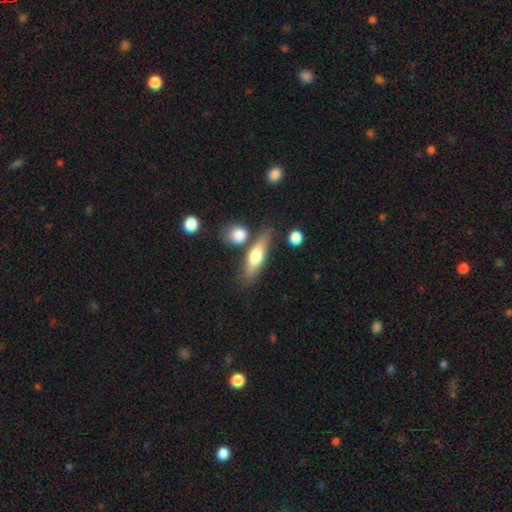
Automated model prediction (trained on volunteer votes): A smooth galaxy with no disk features (59%) that is cigar-shaped (53%). Merging: none (70%).